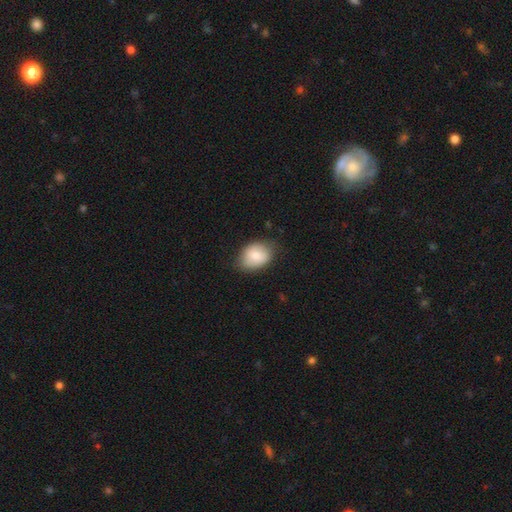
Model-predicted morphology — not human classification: This is likely a smooth galaxy (77%). How rounded: likely in between (68%). Merging: likely none (74%).